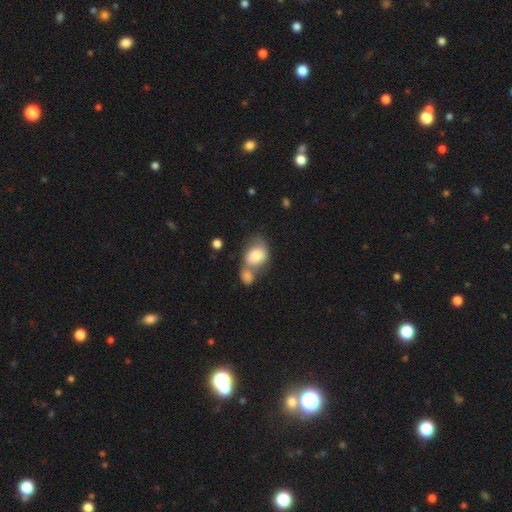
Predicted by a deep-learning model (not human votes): smooth-or-featured: smooth: 77% | featured or disk: 16% | star or artifact: 7%
  how-rounded: in between: 67% | round: 32% | cigar-shaped: 1%
  merging: merger: 54% | none: 25% | minor disturbance: 13% | major disturbance: 8%